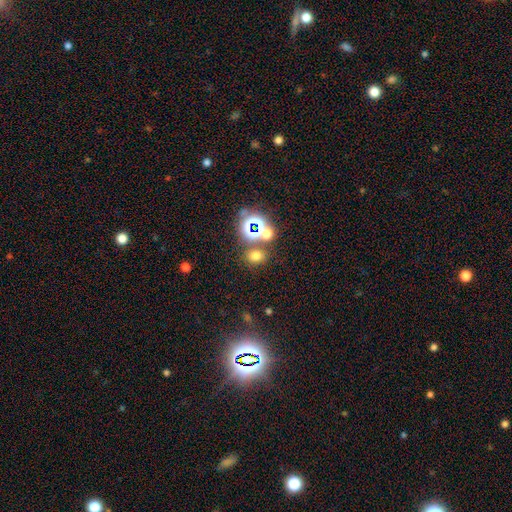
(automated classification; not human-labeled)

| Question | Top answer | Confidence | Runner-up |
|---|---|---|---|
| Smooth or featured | smooth | 63% | star or artifact (29%) |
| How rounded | round | 55% | in between (43%) |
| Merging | none | 70% | merger (17%) |